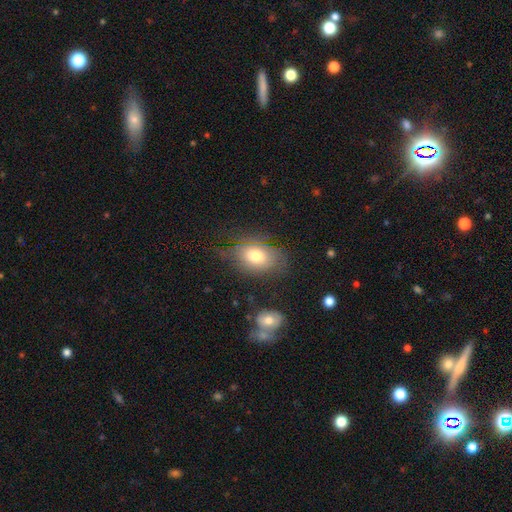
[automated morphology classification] smooth-or-featured: smooth: 69% | featured or disk: 21% | star or artifact: 9%
  how-rounded: in between: 79% | round: 19% | cigar-shaped: 2%
  merging: none: 61% | minor disturbance: 23% | major disturbance: 13% | merger: 3%